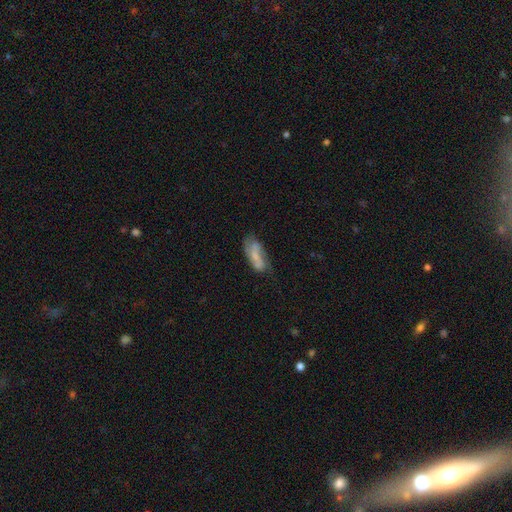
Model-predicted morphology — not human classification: Smooth or featured: smooth — 52% (featured or disk — 40%)
How rounded: in between — 73% (cigar-shaped — 25%)
Merging: none — 48% (minor disturbance — 30%)